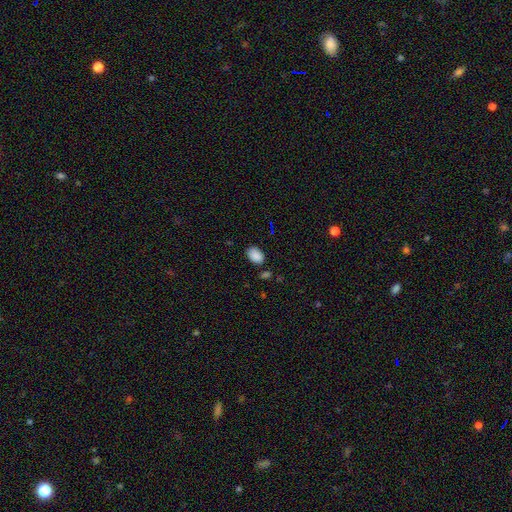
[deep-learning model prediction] smooth 88%, star or artifact 9%, featured or disk 3%. Down the decision tree: how rounded — in between (84%); merging — none (81%).